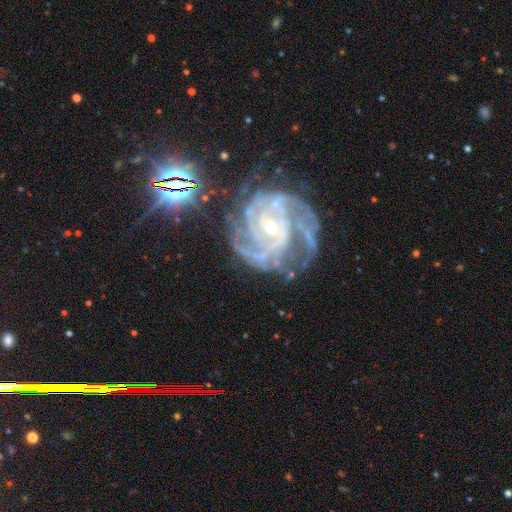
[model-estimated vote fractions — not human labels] smooth-or-featured: featured or disk: 90% | star or artifact: 6% | smooth: 4%
  disk-edge-on: no: 98% | yes: 2%
    bar: no: 60% | weak: 29% | strong: 10%
    has-spiral-arms: yes: 97% | no: 3%
      spiral-winding: tight: 59% | medium: 34% | loose: 7%
      spiral-arm-count: 2: 31% | 3: 23% | can't tell: 19% | 4: 12% | more than 4: 8% | 1: 8%
    bulge-size: small: 57% | moderate: 39% | large: 2% | none: 1% | dominant: 1%
  merging: none: 52% | minor disturbance: 23% | major disturbance: 20% | merger: 5%